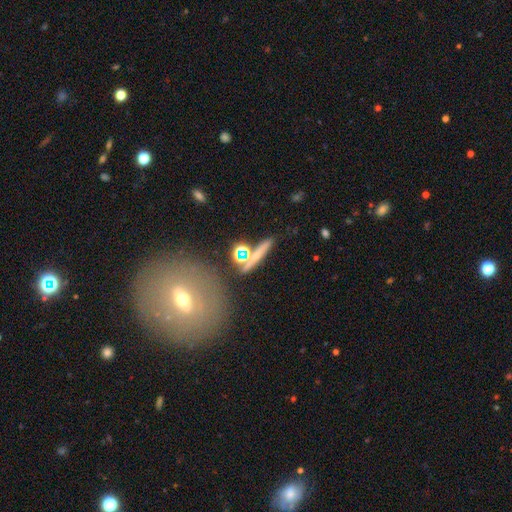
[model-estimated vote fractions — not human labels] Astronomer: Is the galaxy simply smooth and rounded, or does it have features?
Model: smooth — 49% (runner-up: featured or disk, 31%).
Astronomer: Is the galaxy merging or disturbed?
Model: none — 62%.